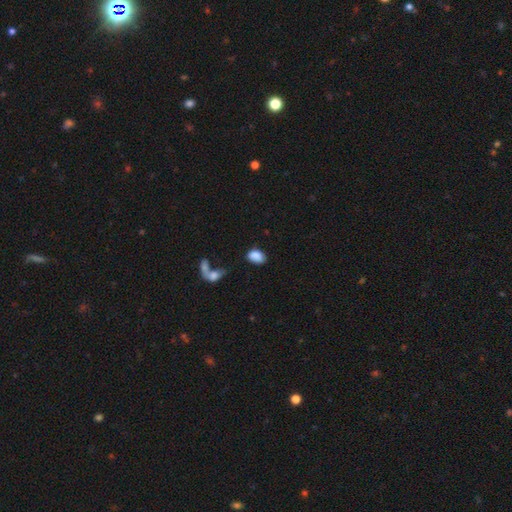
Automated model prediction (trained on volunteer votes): The model was most divided on "merging": none: 63%, minor disturbance: 18%, merger: 11%, major disturbance: 8%. More confident: how rounded — in between (88%); smooth or featured — smooth (86%).